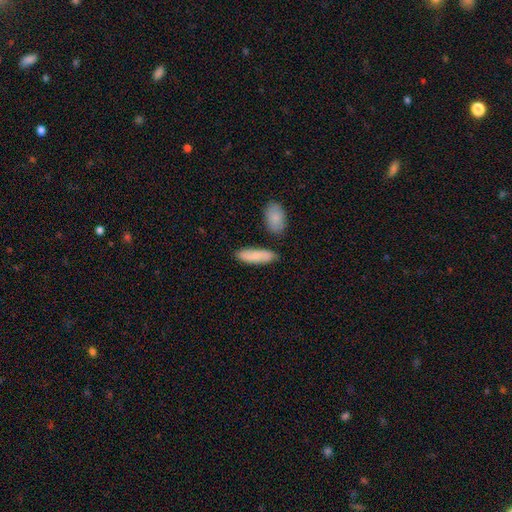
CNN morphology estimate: Smooth or featured: smooth — 79% (featured or disk — 15%)
How rounded: in between — 56% (cigar-shaped — 42%)
Merging: none — 74% (minor disturbance — 15%)